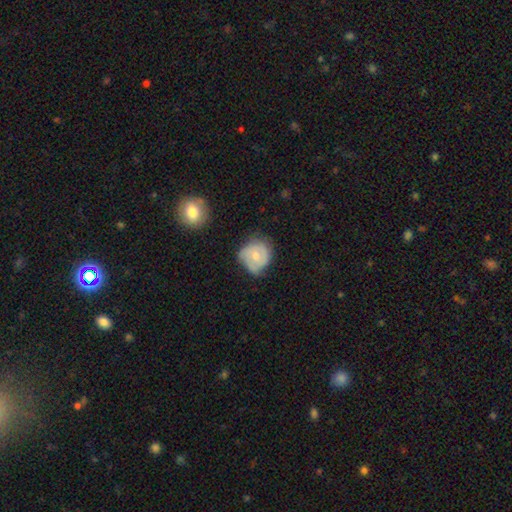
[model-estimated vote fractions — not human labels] featured or disk 47%, smooth 46%, star or artifact 7%. Down the decision tree: merging — none (50%).